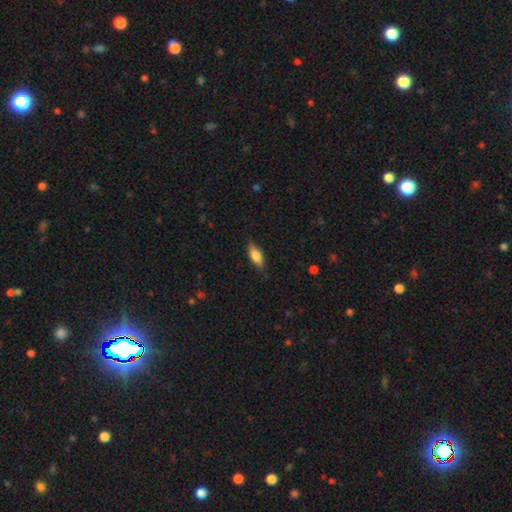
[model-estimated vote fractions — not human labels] smooth-or-featured: smooth: 71% | featured or disk: 22% | star or artifact: 6%
  how-rounded: in between: 73% | cigar-shaped: 24% | round: 3%
  merging: none: 81% | minor disturbance: 15% | major disturbance: 3% | merger: 1%